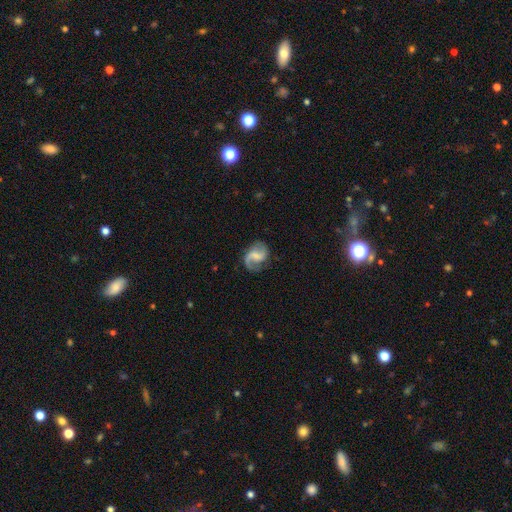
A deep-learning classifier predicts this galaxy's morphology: Overall: featured or disk (81%). Edge-on disk: no (98%). Bar: weak (52%; no 26%). Spiral arms: yes (95%). Spiral arm count: 2 (83%). Spiral winding: loose (51%; medium 39%). Bulge size: none (39%; small 31%). Merging: none (73%).